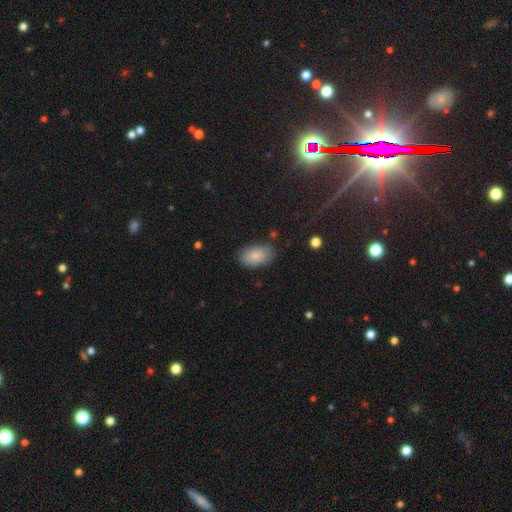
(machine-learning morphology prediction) Overall: smooth (84%). How rounded: in between (93%). Merging: none (80%).